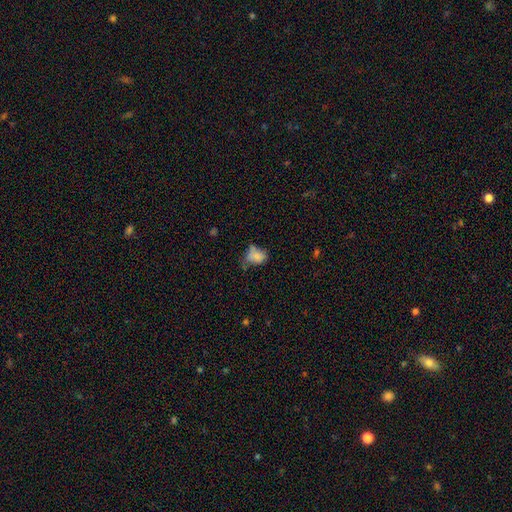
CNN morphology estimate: smooth-or-featured: smooth: 72% | featured or disk: 17% | star or artifact: 11%
  how-rounded: in between: 63% | round: 36% | cigar-shaped: 1%
  merging: none: 38% | minor disturbance: 32% | major disturbance: 15% | merger: 14%